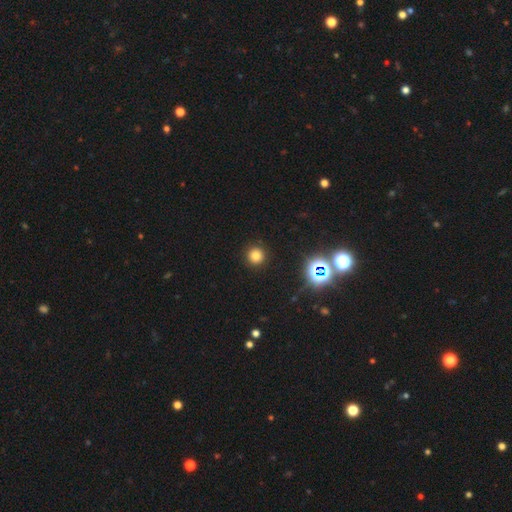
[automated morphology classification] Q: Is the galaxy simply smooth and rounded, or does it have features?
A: smooth — 75%.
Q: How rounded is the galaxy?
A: round — 95%.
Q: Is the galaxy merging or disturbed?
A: none — 91%.